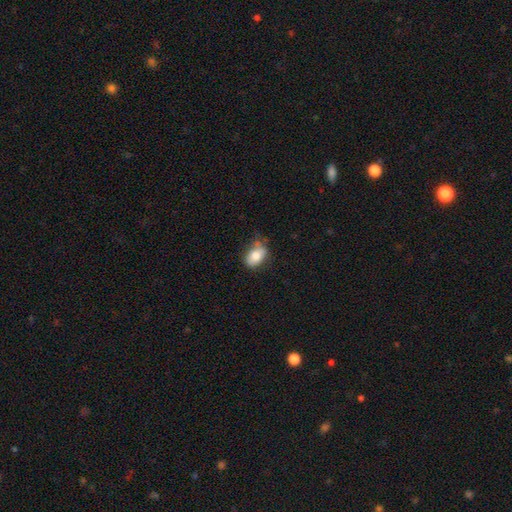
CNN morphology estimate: Smooth or featured?
  - smooth: 78% *
  - featured or disk: 14%
  - star or artifact: 8%
How rounded?
  - in between: 86% *
  - round: 13%
  - cigar-shaped: 2%
Merging?
  - none: 55% *
  - minor disturbance: 32%
  - major disturbance: 9%
  - merger: 5%